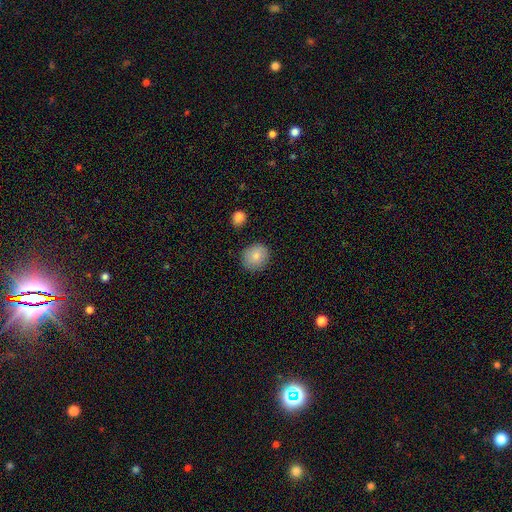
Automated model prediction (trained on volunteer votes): This is clearly a smooth galaxy (81%). How rounded: likely round (78%). Merging: clearly none (81%).